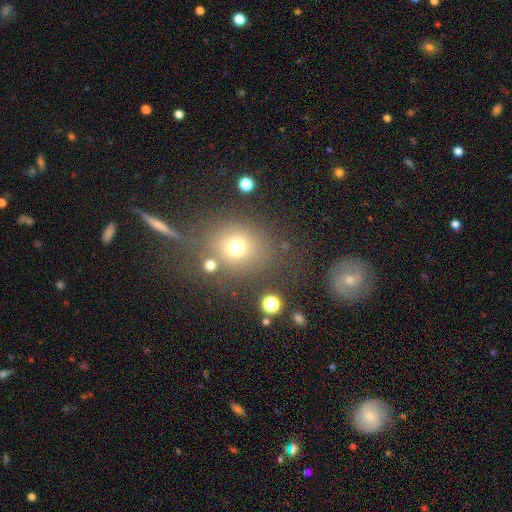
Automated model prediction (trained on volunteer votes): smooth 48%, star or artifact 38%, featured or disk 15%. Down the decision tree: merging — none (73%).